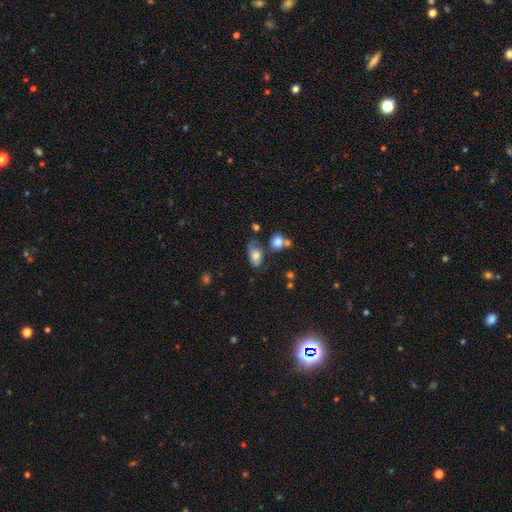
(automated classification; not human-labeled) Q: Smooth or featured?
A: smooth (62%); runner-up: featured or disk (29%)
Q: How rounded?
A: in between (84%); runner-up: round (13%)
Q: Merging?
A: none (38%); runner-up: minor disturbance (27%)